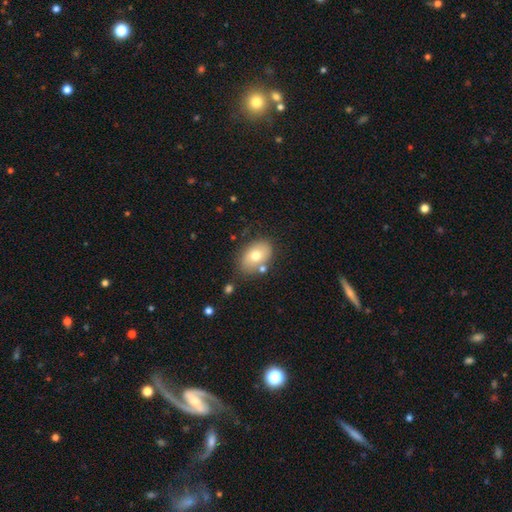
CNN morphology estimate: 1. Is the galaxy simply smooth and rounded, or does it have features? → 71% smooth, 21% featured or disk, 8% star or artifact.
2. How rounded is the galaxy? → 84% in between, 15% round, 1% cigar-shaped.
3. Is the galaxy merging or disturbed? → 72% none, 16% minor disturbance, 8% merger, 4% major disturbance.